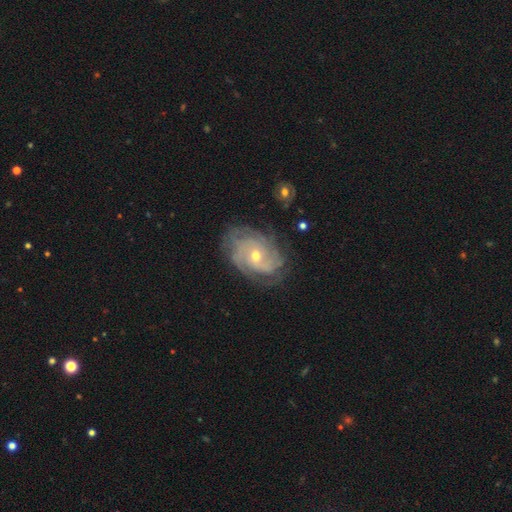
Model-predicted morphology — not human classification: smooth_or_featured: featured or disk (p=0.84) [alt: smooth p=0.10]
disk_edge_on: no (p=0.96) [alt: yes p=0.04]
bar: no (p=0.73) [alt: weak p=0.23]
has_spiral_arms: yes (p=0.93) [alt: no p=0.07]
spiral_winding: tight (p=0.63) [alt: medium p=0.28]
spiral_arm_count: can't tell (p=0.39) [alt: 2 p=0.19]
bulge_size: moderate (p=0.51) [alt: small p=0.46]
merging: none (p=0.70) [alt: minor disturbance p=0.20]